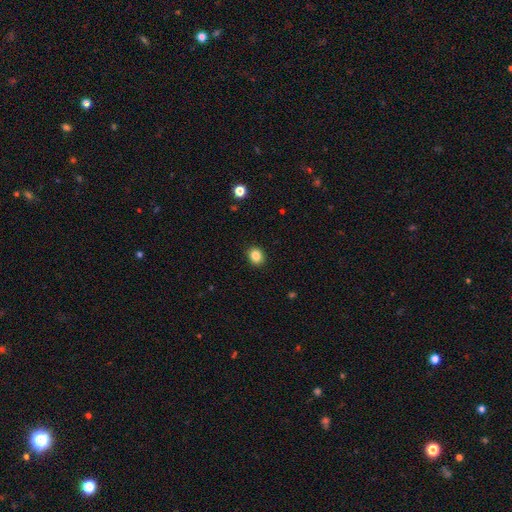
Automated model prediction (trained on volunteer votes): Smooth or featured? Predicted: smooth (p=0.84). How rounded? Predicted: round (p=0.71). Merging? Predicted: none (p=0.91).